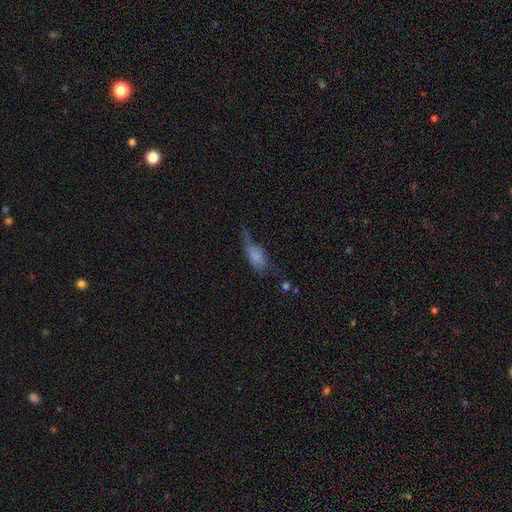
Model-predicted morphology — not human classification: Smooth or featured? Predicted: smooth (p=0.71). How rounded? Predicted: in between (p=0.84). Merging? Predicted: major disturbance (p=0.38).